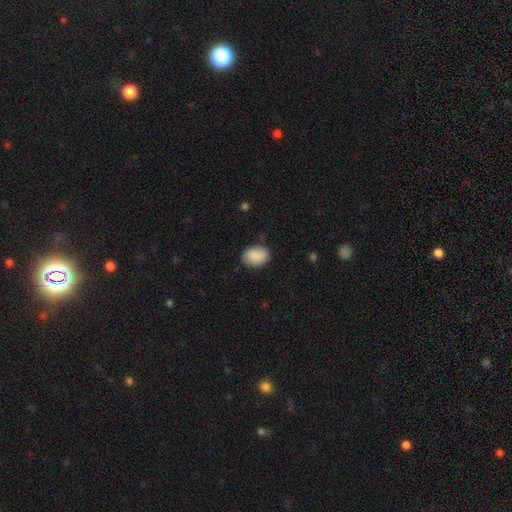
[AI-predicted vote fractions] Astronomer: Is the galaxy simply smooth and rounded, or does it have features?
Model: smooth — 86%.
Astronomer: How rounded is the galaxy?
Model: in between — 74%.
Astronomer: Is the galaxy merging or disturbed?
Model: none — 77%.